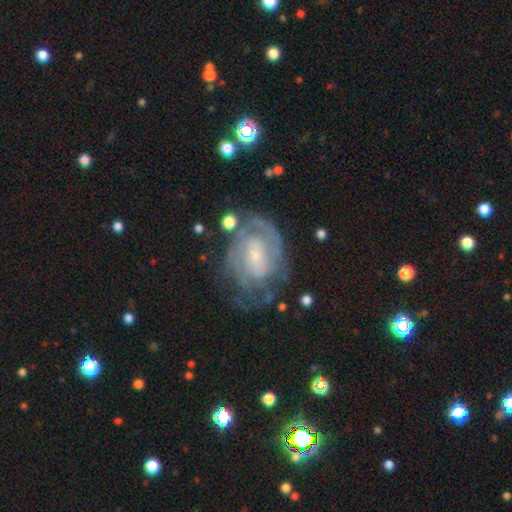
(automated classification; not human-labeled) This is likely a featured or disk galaxy (77%). It is clearly not viewed edge-on (97%). Bar: possibly no (56%). Spiral arm pattern: clearly yes (82%). Spiral arm count: possibly can't tell (46%). Spiral winding: possibly tight (58%). Central bulge: likely small (71%). Merging: possibly none (58%).